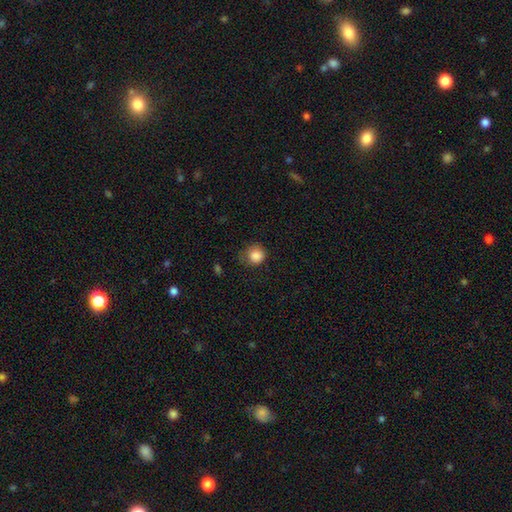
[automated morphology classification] This is clearly a smooth galaxy (86%). How rounded: clearly round (85%). Merging: likely none (60%).